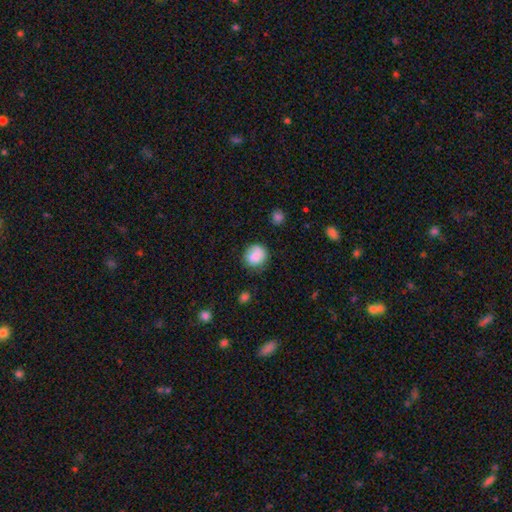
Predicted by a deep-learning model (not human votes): Smooth or featured?
  - smooth: 81% *
  - featured or disk: 11%
  - star or artifact: 8%
How rounded?
  - round: 81% *
  - in between: 18%
  - cigar-shaped: 1%
Merging?
  - none: 73% *
  - minor disturbance: 19%
  - major disturbance: 6%
  - merger: 2%